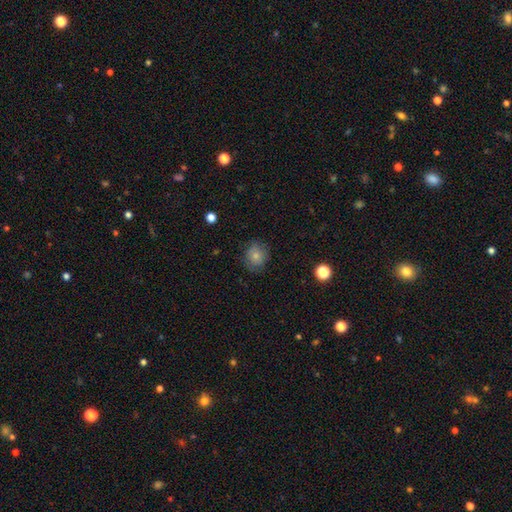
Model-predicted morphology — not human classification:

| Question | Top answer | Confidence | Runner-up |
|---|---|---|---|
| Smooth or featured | smooth | 74% | featured or disk (16%) |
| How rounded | round | 77% | in between (22%) |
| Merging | none | 76% | minor disturbance (17%) |